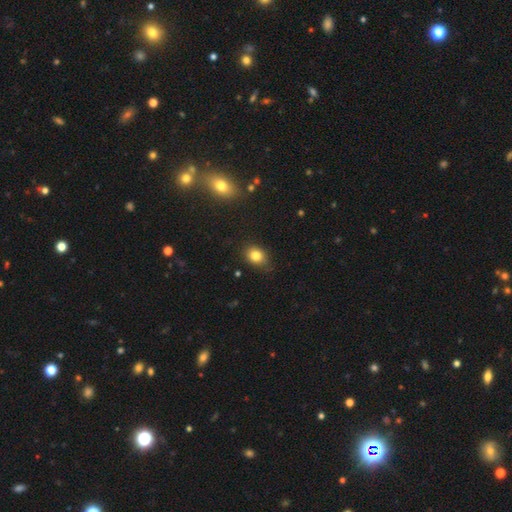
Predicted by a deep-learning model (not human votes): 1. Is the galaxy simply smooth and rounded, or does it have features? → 81% smooth, 11% star or artifact, 8% featured or disk.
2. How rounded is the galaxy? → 53% in between, 46% round, 1% cigar-shaped.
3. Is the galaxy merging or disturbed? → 76% none, 19% minor disturbance, 3% major disturbance, 2% merger.